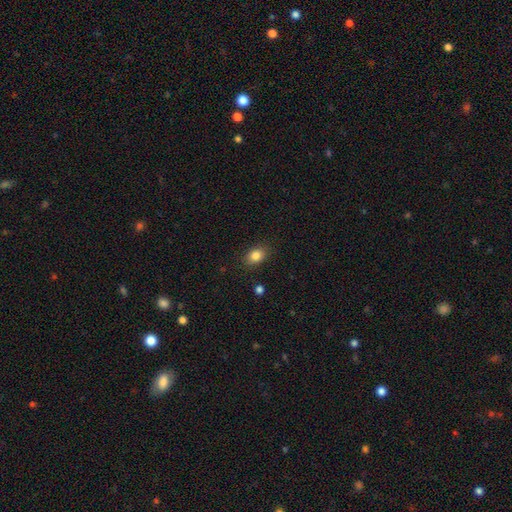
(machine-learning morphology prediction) type=smooth (84%); roundness=in between (69%); merging=none (86%).